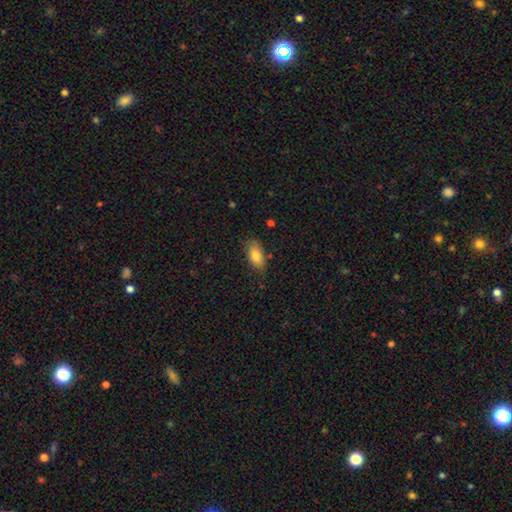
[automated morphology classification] type=smooth (82%); roundness=in between (89%); merging=none (74%).